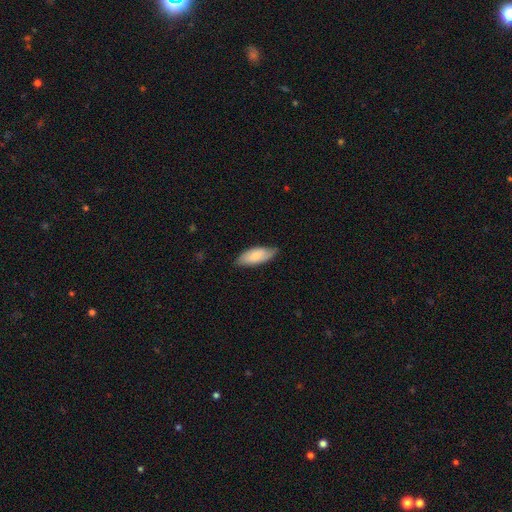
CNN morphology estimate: smooth-or-featured: smooth: 73% | featured or disk: 21% | star or artifact: 6%
  how-rounded: in between: 84% | cigar-shaped: 14% | round: 2%
  merging: none: 75% | minor disturbance: 21% | major disturbance: 3% | merger: 1%